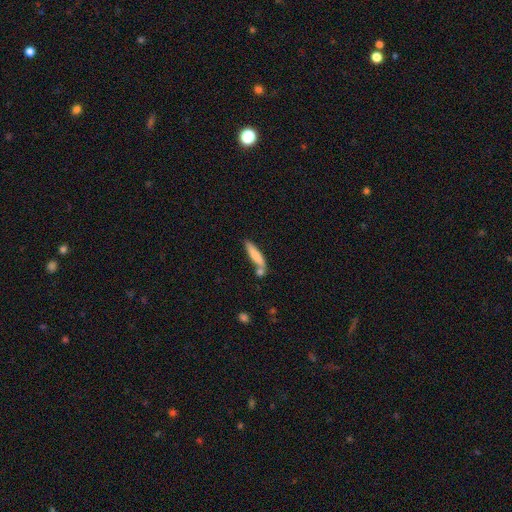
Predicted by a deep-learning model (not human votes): This appears to be a smooth galaxy with no disk features (74%) that is cigar-shaped (82%). Merging: none (58%).